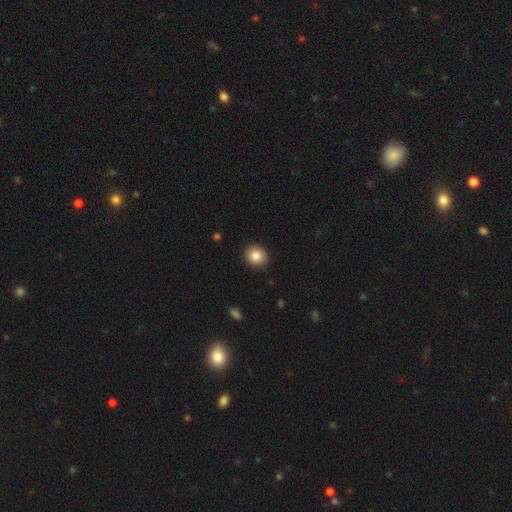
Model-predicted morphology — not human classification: Overall: smooth (85%). How rounded: round (82%). Merging: none (92%).